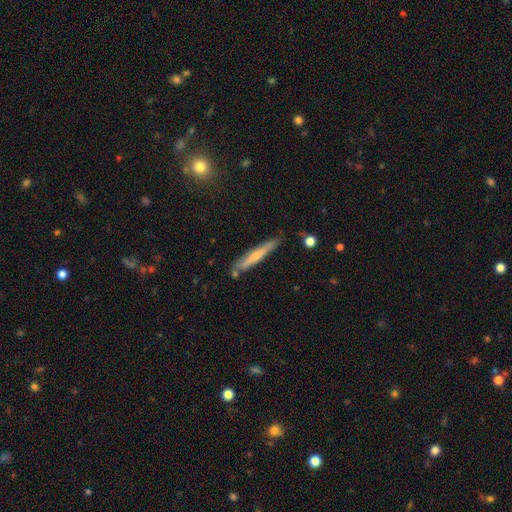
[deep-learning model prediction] Smooth or featured? Predicted: featured or disk (p=0.49). Merging? Predicted: none (p=0.75).